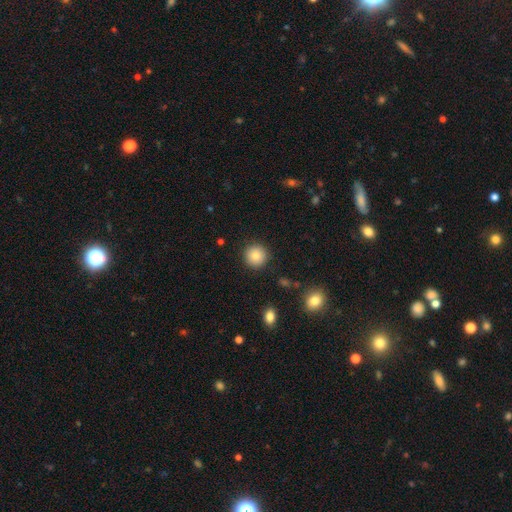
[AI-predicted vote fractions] Q: Smooth or featured?
A: smooth (85%); runner-up: star or artifact (9%)
Q: How rounded?
A: round (94%); runner-up: in between (5%)
Q: Merging?
A: none (91%); runner-up: minor disturbance (6%)